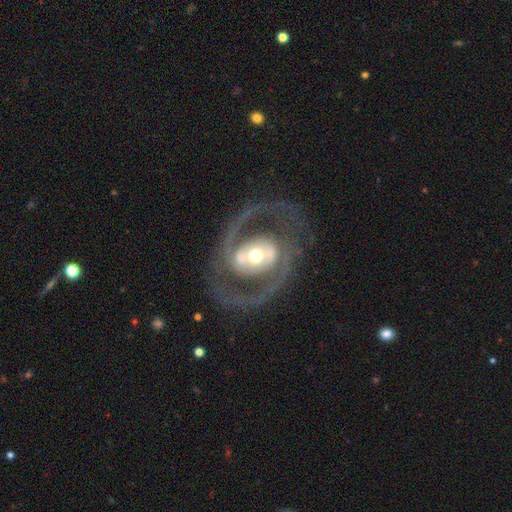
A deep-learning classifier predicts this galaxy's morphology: smooth_or_featured: featured or disk (p=0.89) [alt: smooth p=0.06]
disk_edge_on: no (p=0.97) [alt: yes p=0.03]
bar: strong (p=0.36) [alt: no p=0.34]
has_spiral_arms: yes (p=0.93) [alt: no p=0.07]
spiral_winding: medium (p=0.57) [alt: loose p=0.21]
spiral_arm_count: 2 (p=0.91) [alt: can't tell p=0.03]
bulge_size: moderate (p=0.65) [alt: large p=0.17]
merging: none (p=0.76) [alt: major disturbance p=0.12]